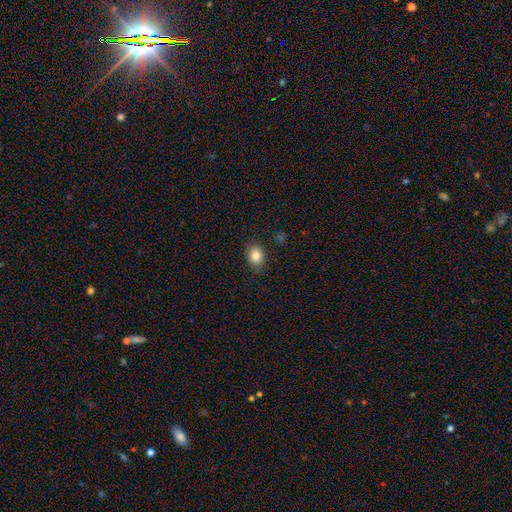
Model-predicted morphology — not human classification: Smooth or featured: smooth — 84% (star or artifact — 9%)
How rounded: in between — 68% (round — 31%)
Merging: none — 87% (minor disturbance — 9%)